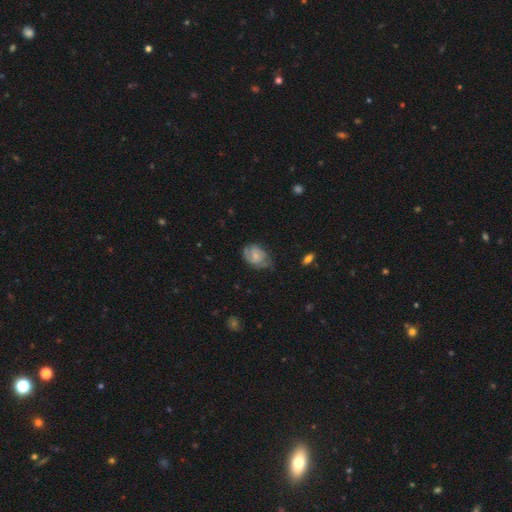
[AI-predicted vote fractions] Q: Smooth or featured?
A: featured or disk (56%); runner-up: smooth (36%)
Q: Edge-on disk?
A: no (97%); runner-up: yes (3%)
Q: Bar?
A: no (60%); runner-up: weak (34%)
Q: Spiral arms?
A: yes (83%); runner-up: no (17%)
Q: Bulge size?
A: small (56%); runner-up: moderate (29%)
Q: Merging?
A: none (53%); runner-up: minor disturbance (31%)